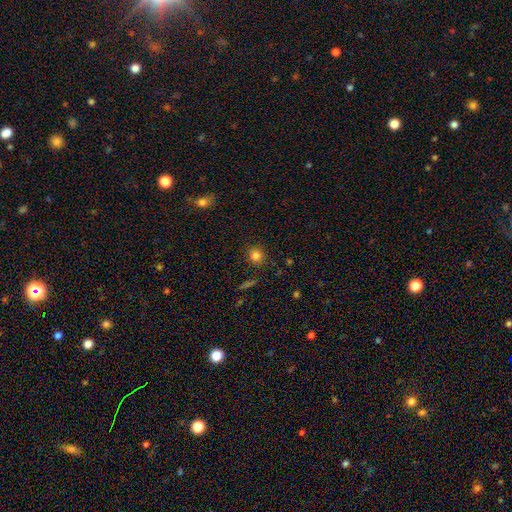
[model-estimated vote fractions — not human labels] smooth 82%, star or artifact 13%, featured or disk 5%. Down the decision tree: how rounded — round (88%); merging — none (89%).